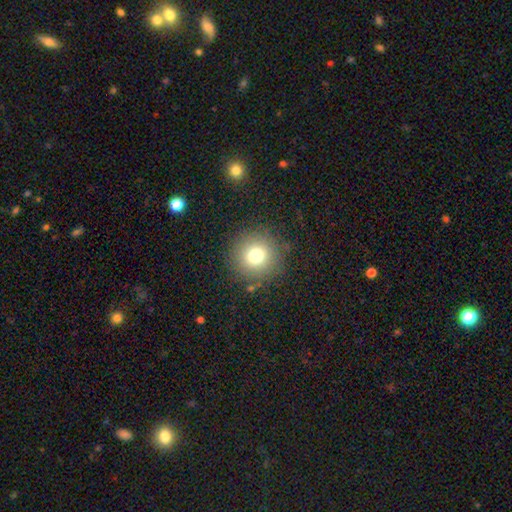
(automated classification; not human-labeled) This appears to be a smooth galaxy with no disk features (75%) that is round (94%). Merging: none (86%).